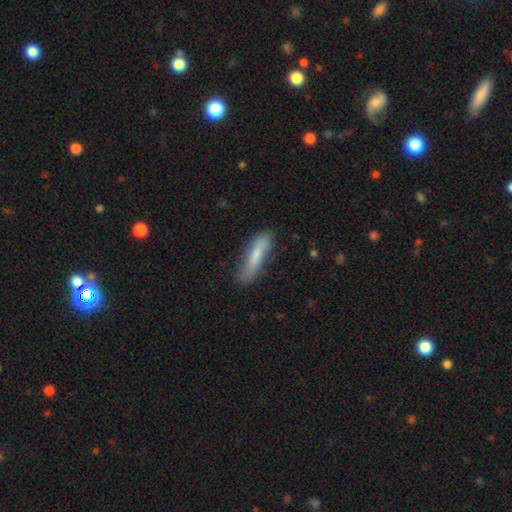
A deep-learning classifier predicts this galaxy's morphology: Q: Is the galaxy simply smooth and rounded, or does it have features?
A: smooth — 71%.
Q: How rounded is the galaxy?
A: cigar-shaped — 76%.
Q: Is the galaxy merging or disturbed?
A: none — 71%.